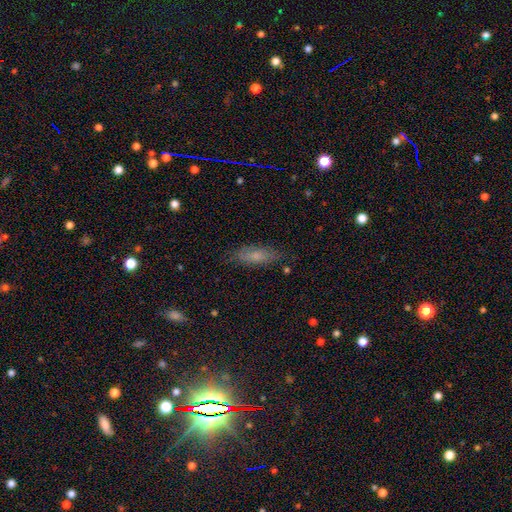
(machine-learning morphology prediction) This appears to be a smooth galaxy with no disk features (65%) that is in between round and cigar-shaped (58%). Merging: none (80%).